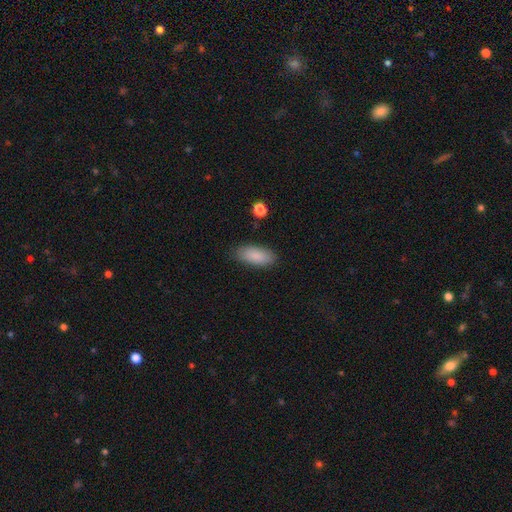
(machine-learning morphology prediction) Smooth or featured?
  - smooth: 87% *
  - star or artifact: 7%
  - featured or disk: 6%
How rounded?
  - in between: 84% *
  - cigar-shaped: 14%
  - round: 2%
Merging?
  - none: 85% *
  - minor disturbance: 11%
  - major disturbance: 3%
  - merger: 1%